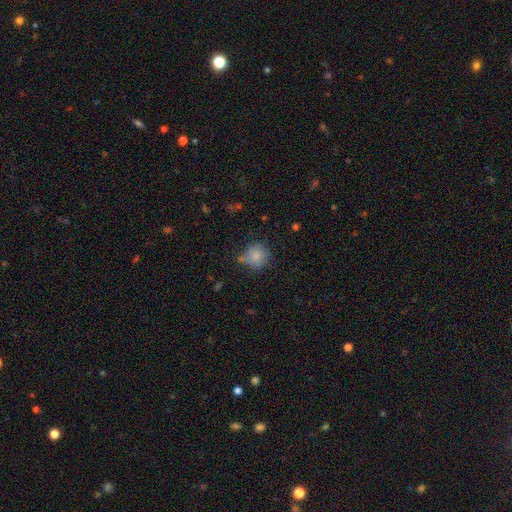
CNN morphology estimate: This is likely a smooth galaxy (79%). How rounded: clearly round (85%). Merging: likely none (64%).